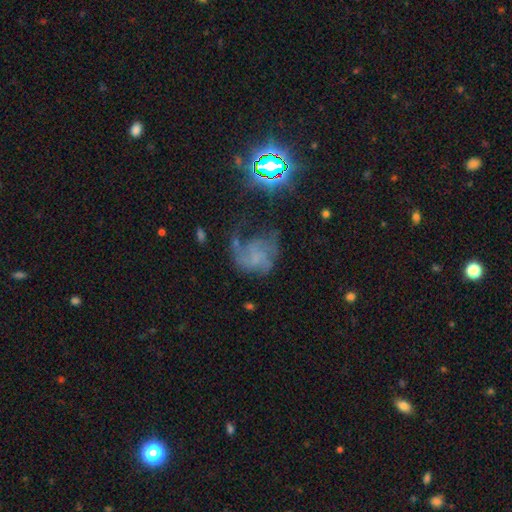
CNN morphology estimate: A featured or disk galaxy (56%) with no bar (78%), spiral arms (73%) and no central bulge (69%).

Vote fractions:
- Smooth or featured? featured or disk: 56% / smooth: 25% / star or artifact: 19%
- Edge-on disk? no: 98% / yes: 2%
- Bar? no: 78% / weak: 18% / strong: 4%
- Spiral arms? yes: 73% / no: 27%
- Bulge size? none: 69% / small: 15% / moderate: 9% / large: 4% / dominant: 2%
- Merging? major disturbance: 41% / none: 35% / minor disturbance: 20% / merger: 4%